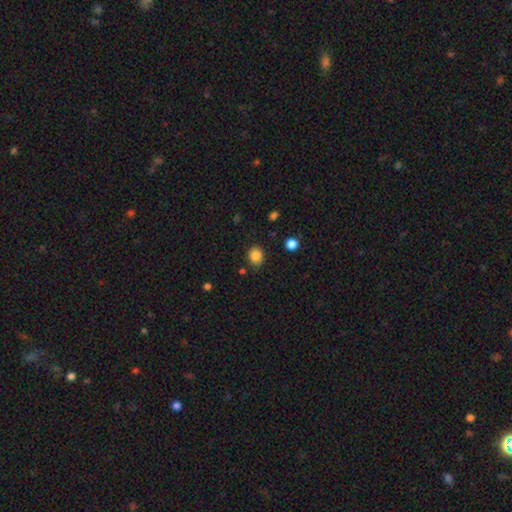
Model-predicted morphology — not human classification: A smooth galaxy with no disk features (85%) that is round (72%). Merging: none (83%).